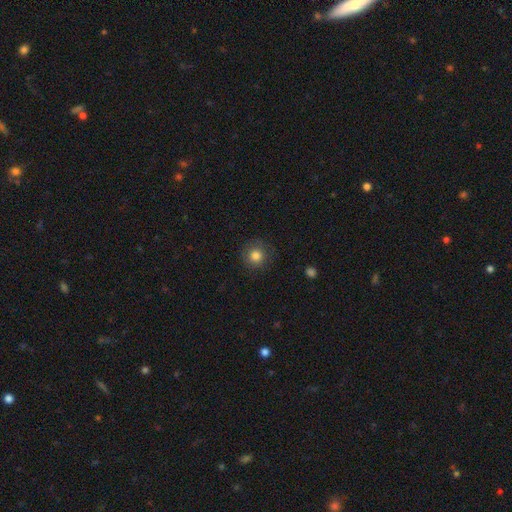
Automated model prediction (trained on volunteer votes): This appears to be a smooth galaxy with no disk features (83%) that is round (94%). Merging: none (87%).